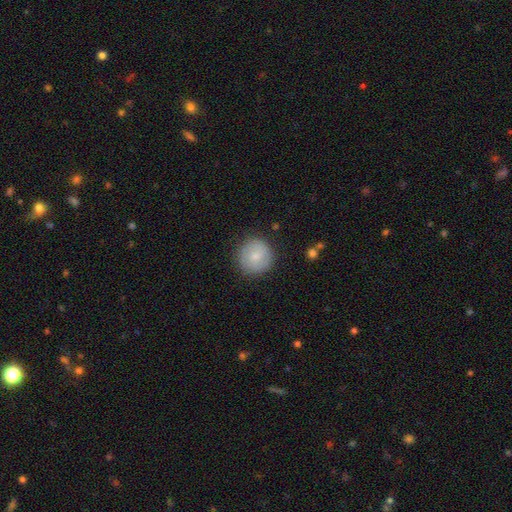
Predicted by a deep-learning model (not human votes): This appears to be a smooth galaxy with no disk features (74%) that is round (94%). Merging: none (86%).